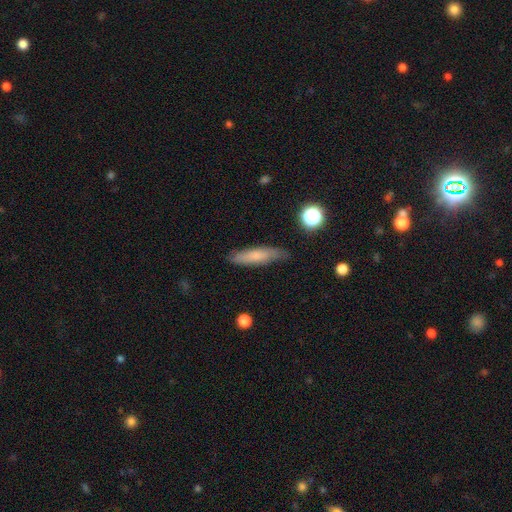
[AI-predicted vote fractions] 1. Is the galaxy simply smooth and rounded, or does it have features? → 71% smooth, 21% featured or disk, 8% star or artifact.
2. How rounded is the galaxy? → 76% cigar-shaped, 22% in between, 2% round.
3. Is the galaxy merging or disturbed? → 79% none, 16% minor disturbance, 3% major disturbance, 2% merger.